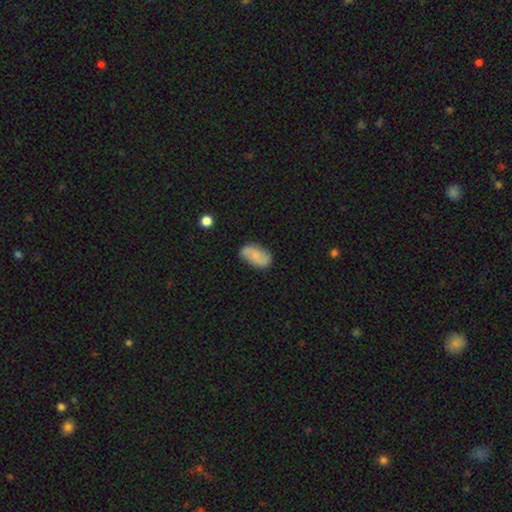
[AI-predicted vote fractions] smooth_or_featured: smooth (p=0.55) [alt: featured or disk p=0.38]
how_rounded: in between (p=0.92) [alt: round p=0.06]
merging: none (p=0.76) [alt: minor disturbance p=0.18]